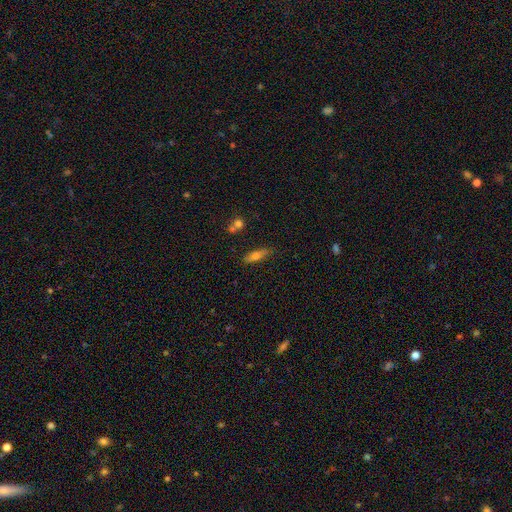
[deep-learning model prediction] A smooth galaxy with no disk features (60%) that is cigar-shaped (61%). Merging: none (75%).